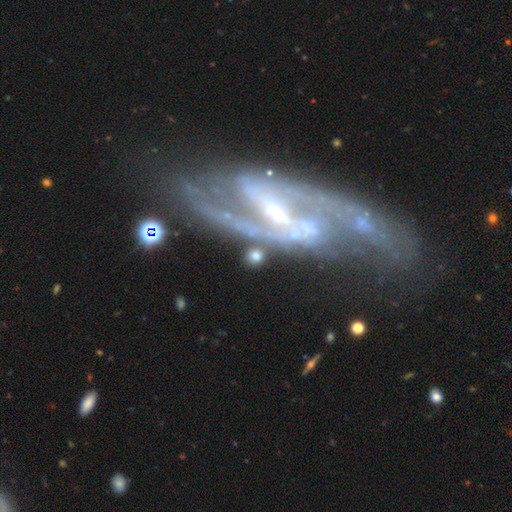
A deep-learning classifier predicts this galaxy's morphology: A smooth galaxy with no disk features (53%) that is round (69%). Merging: none (69%).